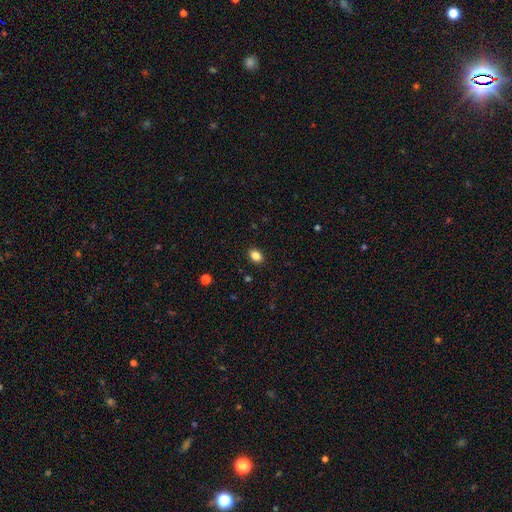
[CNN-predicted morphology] Overall: smooth (85%). How rounded: in between (74%). Merging: none (90%).